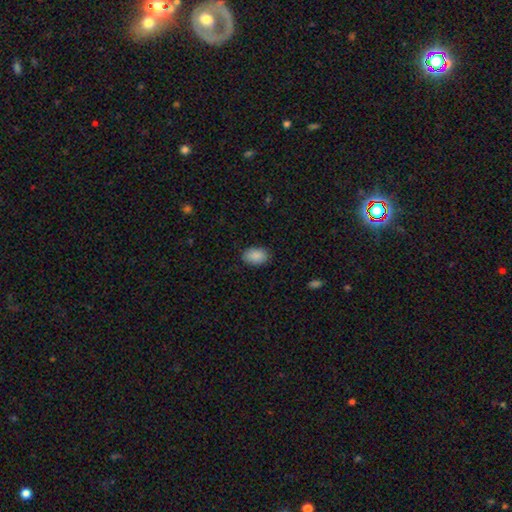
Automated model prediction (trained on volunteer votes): Q: Smooth or featured?
A: smooth (89%); runner-up: star or artifact (7%)
Q: How rounded?
A: in between (87%); runner-up: round (12%)
Q: Merging?
A: none (87%); runner-up: minor disturbance (10%)